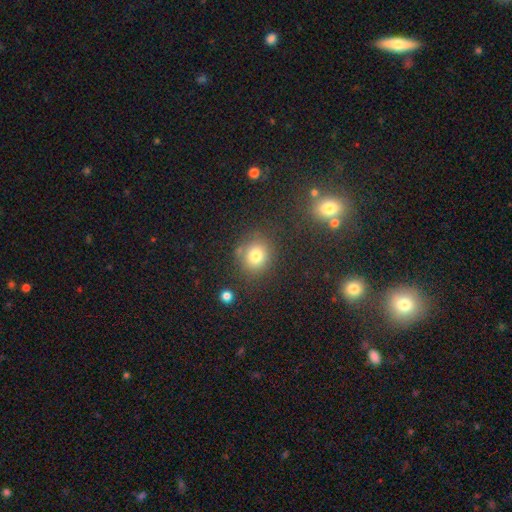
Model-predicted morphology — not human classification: smooth 78%, star or artifact 14%, featured or disk 8%. Down the decision tree: how rounded — round (82%); merging — none (77%).